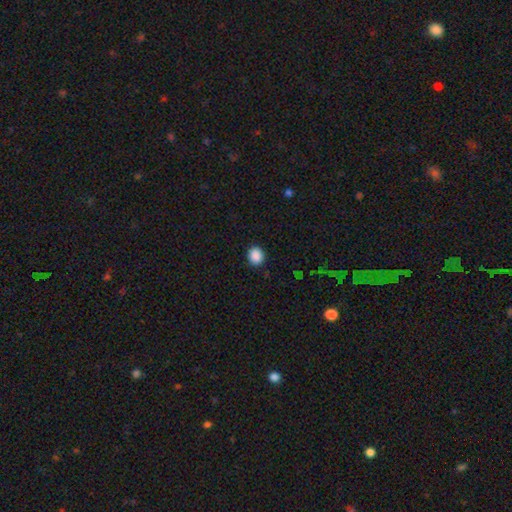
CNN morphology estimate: Overall: smooth (89%). How rounded: round (75%). Merging: none (91%).